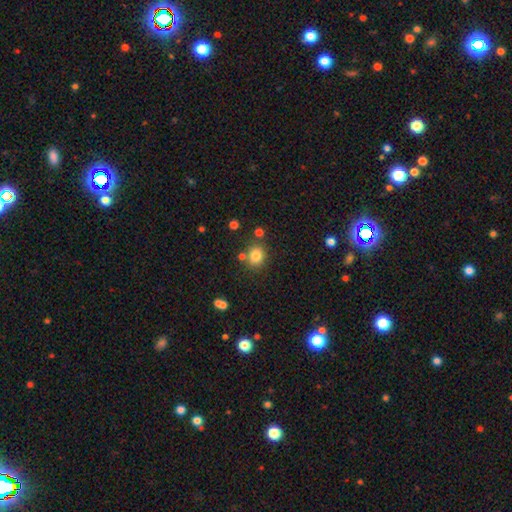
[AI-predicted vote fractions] smooth_or_featured: smooth (p=0.81) [alt: star or artifact p=0.12]
how_rounded: round (p=0.69) [alt: in between p=0.30]
merging: none (p=0.76) [alt: minor disturbance p=0.11]